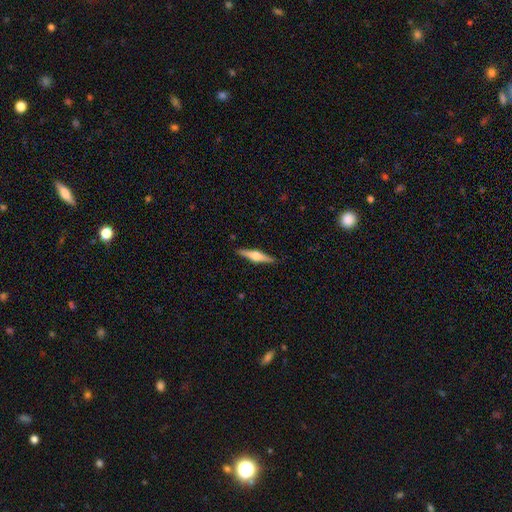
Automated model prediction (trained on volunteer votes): Smooth or featured?
  - featured or disk: 65% *
  - smooth: 30%
  - star or artifact: 6%
Edge-on disk?
  - yes: 97% *
  - no: 3%
Edge-on bulge?
  - rounded: 92% *
  - boxy: 6%
  - none: 3%
Merging?
  - none: 90% *
  - minor disturbance: 7%
  - major disturbance: 2%
  - merger: 1%